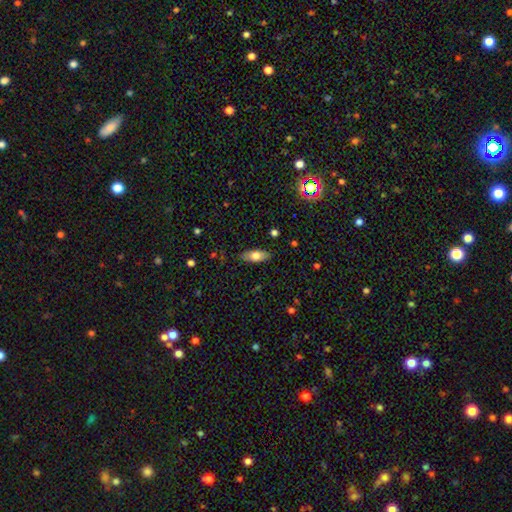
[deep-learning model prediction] This is likely a smooth galaxy (72%). How rounded: likely in between (79%). Merging: clearly none (85%).